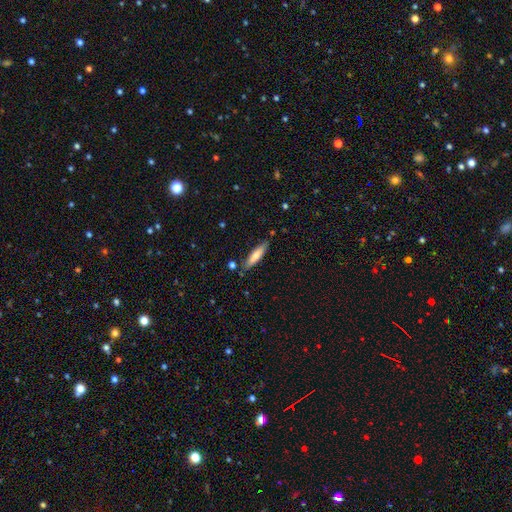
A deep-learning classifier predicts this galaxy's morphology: Q: Smooth or featured?
A: smooth (68%); runner-up: featured or disk (26%)
Q: How rounded?
A: cigar-shaped (80%); runner-up: in between (19%)
Q: Merging?
A: none (83%); runner-up: minor disturbance (12%)